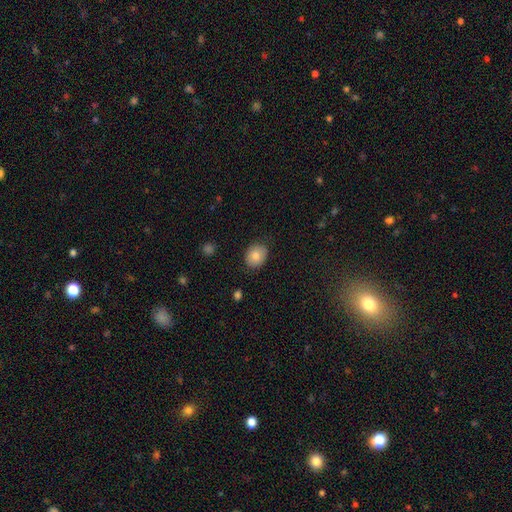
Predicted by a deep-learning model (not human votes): Smooth or featured?
  - smooth: 80% *
  - featured or disk: 11%
  - star or artifact: 8%
How rounded?
  - round: 55% *
  - in between: 44%
  - cigar-shaped: 1%
Merging?
  - none: 83% *
  - minor disturbance: 14%
  - major disturbance: 3%
  - merger: 1%